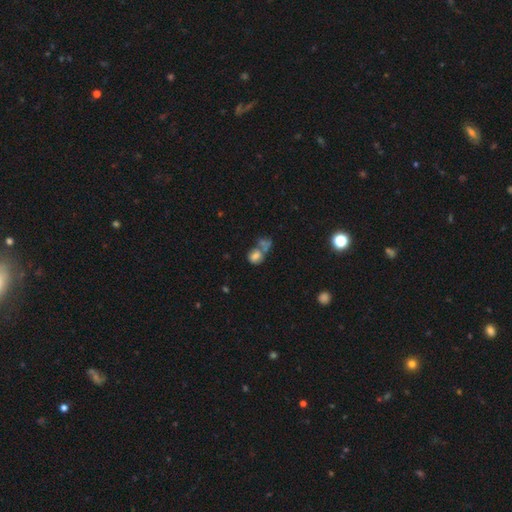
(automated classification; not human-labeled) Overall: smooth (70%). How rounded: in between (54%; round 44%). Merging: merger (56%; none 24%).